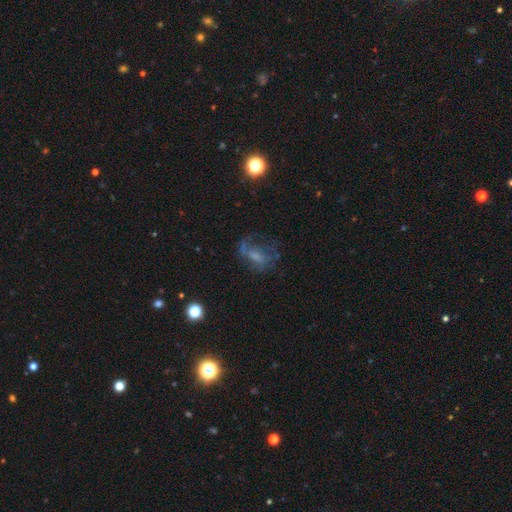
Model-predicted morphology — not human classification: A featured or disk galaxy (50%). Merging: none (42%).